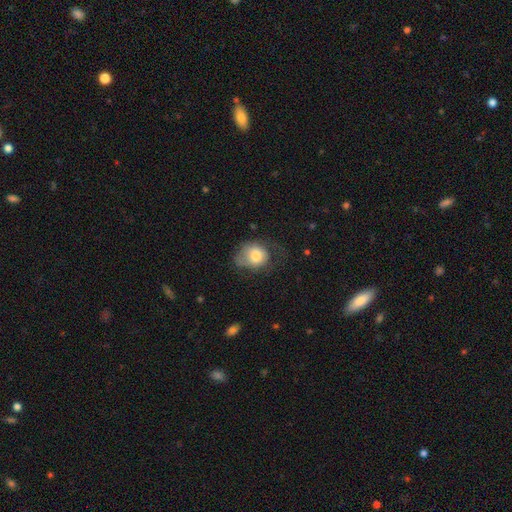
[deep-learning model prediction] Smooth or featured: smooth — 75% (featured or disk — 17%)
How rounded: round — 58% (in between — 41%)
Merging: none — 35% (minor disturbance — 32%)